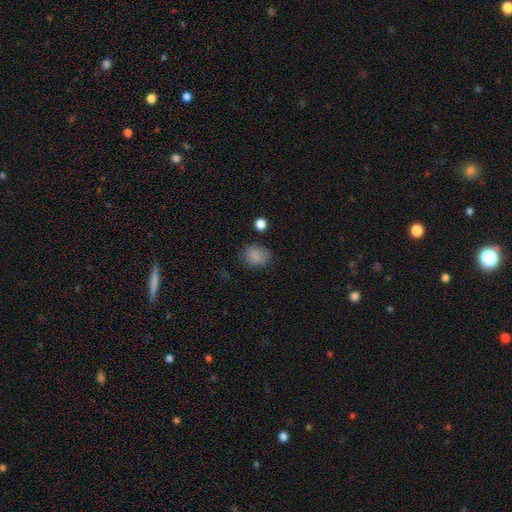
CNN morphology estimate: smooth 86%, star or artifact 10%, featured or disk 4%. Down the decision tree: how rounded — round (59%); merging — none (79%).